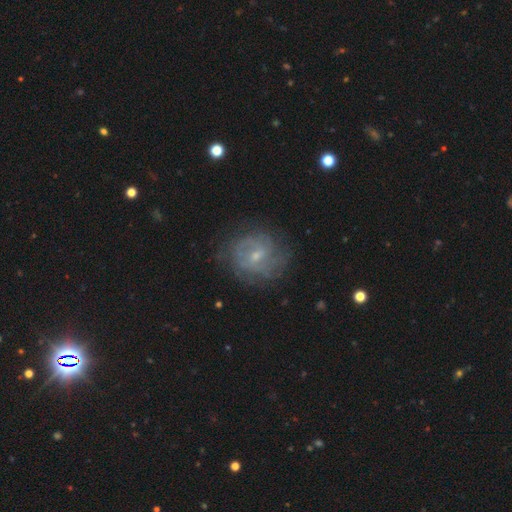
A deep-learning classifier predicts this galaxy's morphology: Q: Smooth or featured?
A: featured or disk (70%); runner-up: smooth (21%)
Q: Edge-on disk?
A: no (97%); runner-up: yes (3%)
Q: Bar?
A: weak (51%); runner-up: no (39%)
Q: Spiral arms?
A: yes (80%); runner-up: no (20%)
Q: Spiral winding?
A: tight (46%); runner-up: medium (38%)
Q: Spiral arm count?
A: can't tell (45%); runner-up: 2 (29%)
Q: Bulge size?
A: small (63%); runner-up: moderate (30%)
Q: Merging?
A: none (70%); runner-up: minor disturbance (19%)